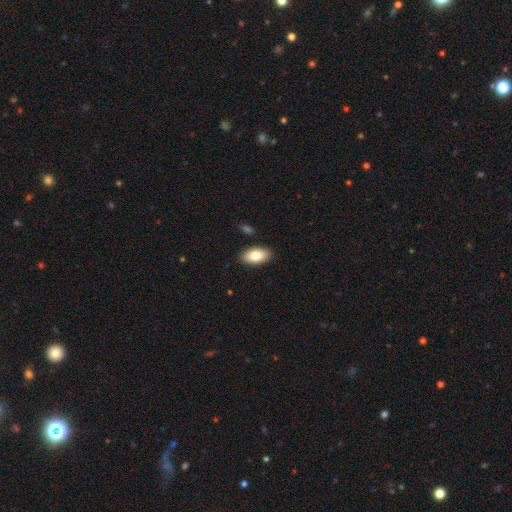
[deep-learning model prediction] Smooth or featured: smooth — 83% (featured or disk — 11%)
How rounded: in between — 93% (cigar-shaped — 4%)
Merging: none — 88% (minor disturbance — 8%)